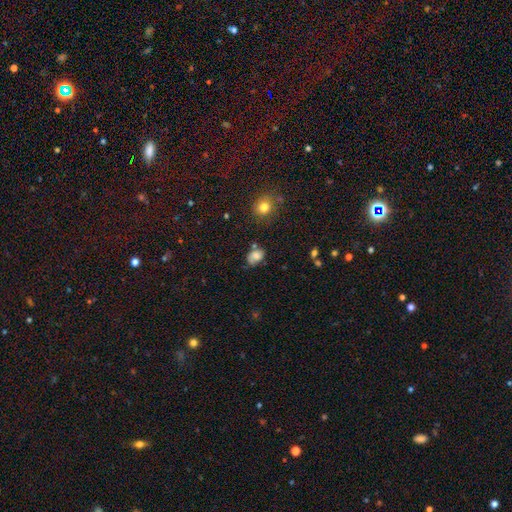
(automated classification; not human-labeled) smooth_or_featured: smooth (p=0.68) [alt: featured or disk p=0.20]
how_rounded: in between (p=0.68) [alt: round p=0.31]
merging: none (p=0.57) [alt: minor disturbance p=0.27]